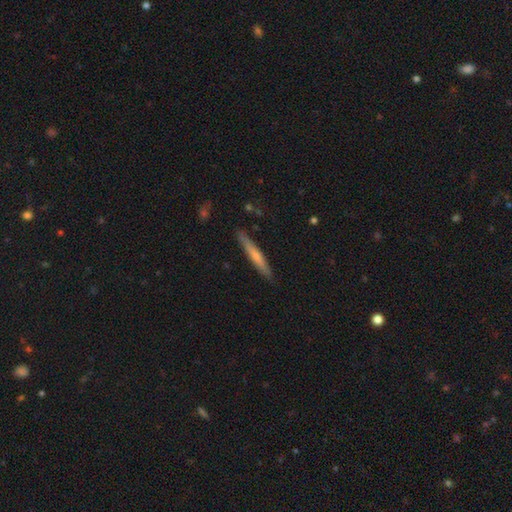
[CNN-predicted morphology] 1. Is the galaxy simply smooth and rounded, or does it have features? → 56% smooth, 38% featured or disk, 5% star or artifact.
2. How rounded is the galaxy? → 94% cigar-shaped, 4% in between, 1% round.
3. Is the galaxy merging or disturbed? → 87% none, 10% minor disturbance, 2% major disturbance, 1% merger.